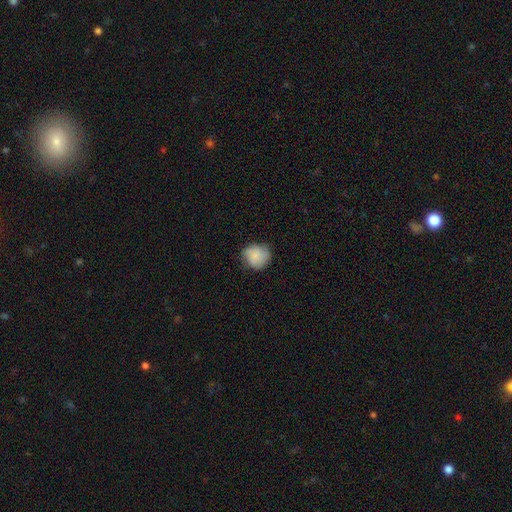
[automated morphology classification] Smooth or featured? smooth (75%)
How rounded? round (82%)
Merging? none (69%)